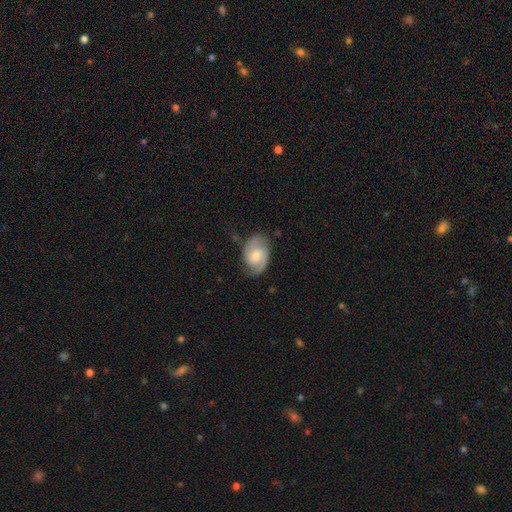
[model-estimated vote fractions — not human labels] Overall: featured or disk (79%). Edge-on disk: no (97%). Bar: weak (47%; no 44%). Spiral arms: yes (95%). Spiral arm count: 2 (87%). Spiral winding: medium (51%; tight 34%). Bulge size: moderate (58%; small 32%). Merging: none (75%).